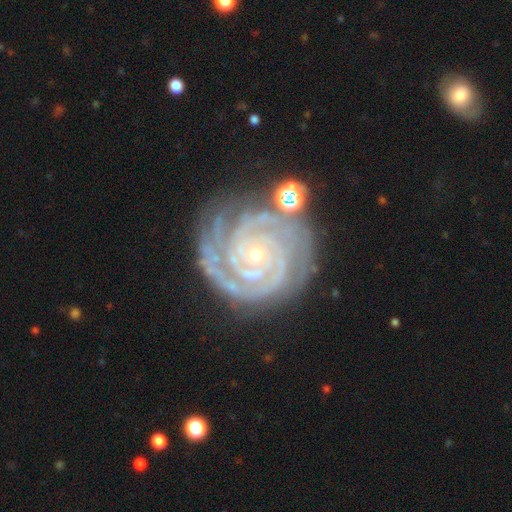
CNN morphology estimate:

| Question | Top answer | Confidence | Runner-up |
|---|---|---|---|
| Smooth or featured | featured or disk | 92% | star or artifact (5%) |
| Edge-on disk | no | 98% | yes (2%) |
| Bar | no | 75% | weak (16%) |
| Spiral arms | yes | 99% | no (1%) |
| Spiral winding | tight | 86% | medium (13%) |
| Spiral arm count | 3 | 30% | 2 (28%) |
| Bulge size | small | 81% | moderate (15%) |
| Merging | none | 72% | minor disturbance (17%) |